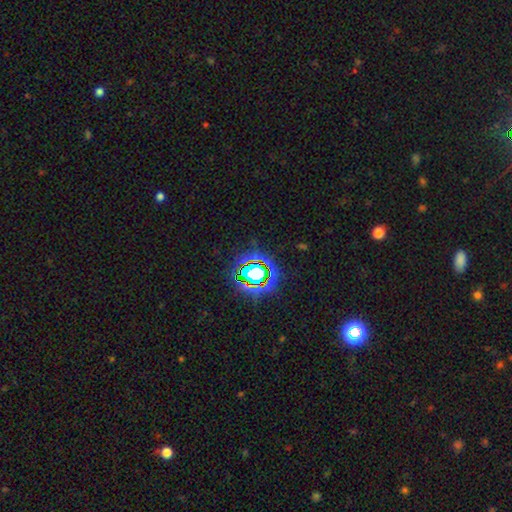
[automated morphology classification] Overall: star or artifact (80%).